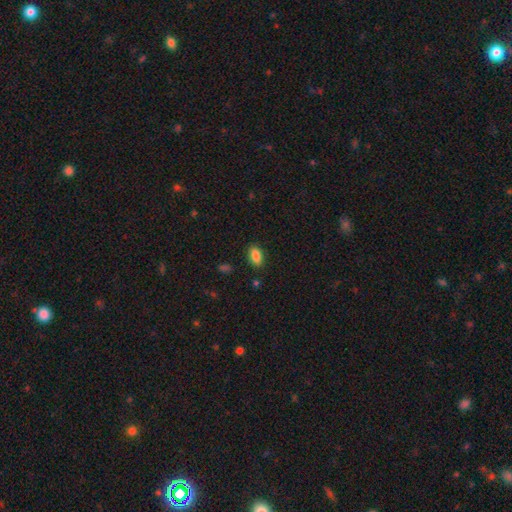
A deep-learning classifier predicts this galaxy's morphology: Smooth or featured?
  - smooth: 87% *
  - star or artifact: 9%
  - featured or disk: 5%
How rounded?
  - in between: 91% *
  - round: 6%
  - cigar-shaped: 3%
Merging?
  - none: 87% *
  - minor disturbance: 9%
  - major disturbance: 2%
  - merger: 1%